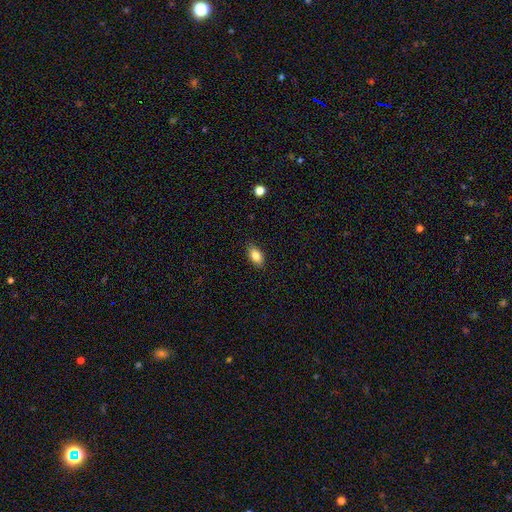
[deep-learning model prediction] Overall: smooth (83%). How rounded: in between (89%). Merging: none (86%).